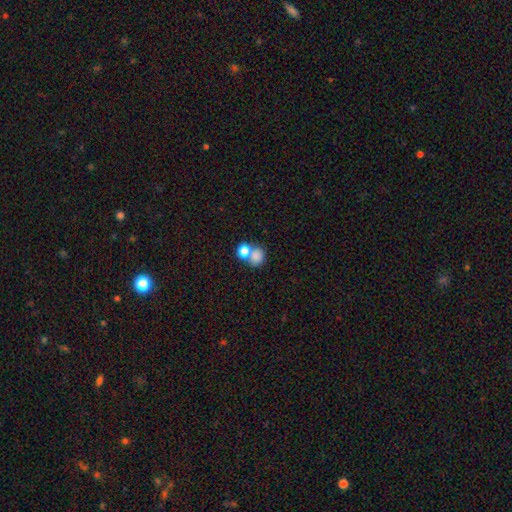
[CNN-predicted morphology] type=smooth (80%); roundness=round (71%); merging=merger (51%).